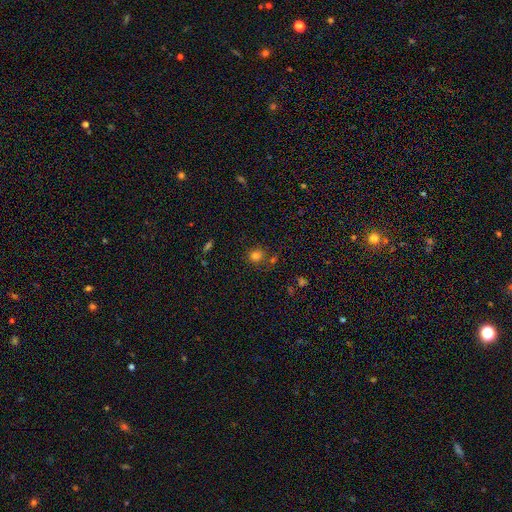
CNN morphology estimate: smooth-or-featured: smooth: 78% | star or artifact: 15% | featured or disk: 7%
  how-rounded: round: 85% | in between: 14% | cigar-shaped: 1%
  merging: none: 69% | merger: 13% | minor disturbance: 12% | major disturbance: 6%